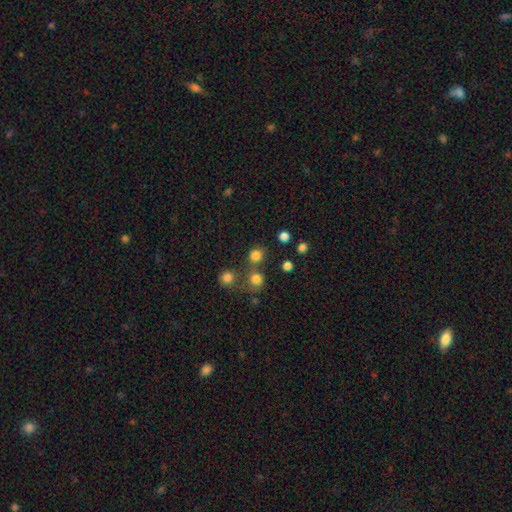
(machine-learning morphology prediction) This appears to be a smooth galaxy with no disk features (80%) that is round (89%). Merging: none (68%).